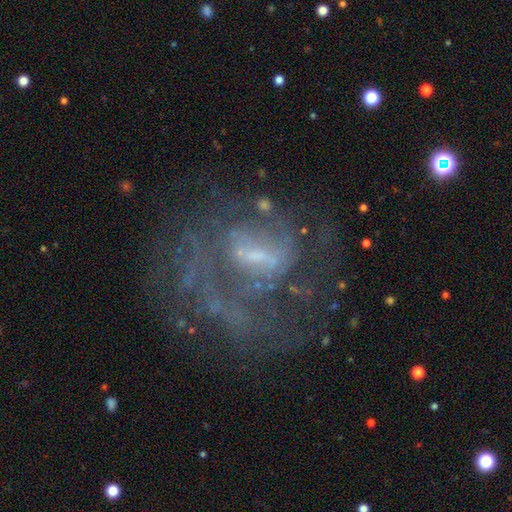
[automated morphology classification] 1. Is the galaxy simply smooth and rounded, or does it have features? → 78% featured or disk, 12% star or artifact, 11% smooth.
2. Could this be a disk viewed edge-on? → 97% no, 3% yes.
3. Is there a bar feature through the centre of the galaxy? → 49% weak, 27% no, 24% strong.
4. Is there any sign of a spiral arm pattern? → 71% yes, 29% no.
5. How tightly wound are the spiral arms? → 39% medium, 36% tight, 25% loose.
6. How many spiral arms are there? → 43% can't tell, 26% 2, 13% 1, 9% 3, 5% 4, 4% more than 4.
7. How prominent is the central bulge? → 50% small, 23% moderate, 23% none, 3% large, 1% dominant.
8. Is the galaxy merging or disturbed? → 48% none, 31% major disturbance, 17% minor disturbance, 5% merger.